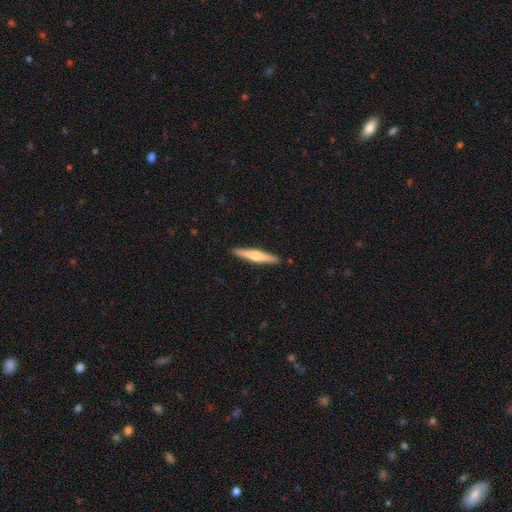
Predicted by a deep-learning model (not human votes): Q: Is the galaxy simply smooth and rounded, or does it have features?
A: featured or disk — 54%.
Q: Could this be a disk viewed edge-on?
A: yes — 97%.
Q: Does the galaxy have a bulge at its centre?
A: rounded — 86%.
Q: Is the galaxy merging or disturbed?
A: none — 91%.